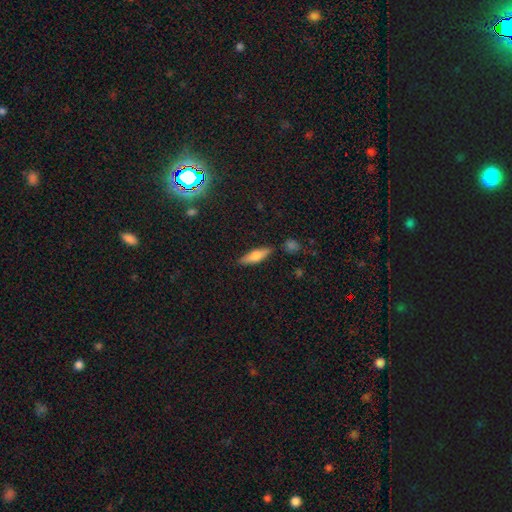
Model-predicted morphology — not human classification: smooth 58%, featured or disk 35%, star or artifact 7%. Down the decision tree: how rounded — cigar-shaped (57%); merging — none (84%).